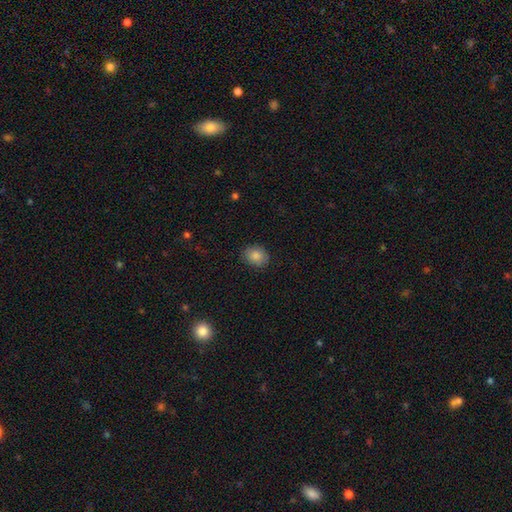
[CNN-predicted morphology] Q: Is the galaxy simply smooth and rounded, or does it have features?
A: smooth — 84%.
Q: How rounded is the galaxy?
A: round — 52%.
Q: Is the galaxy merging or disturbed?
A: none — 86%.